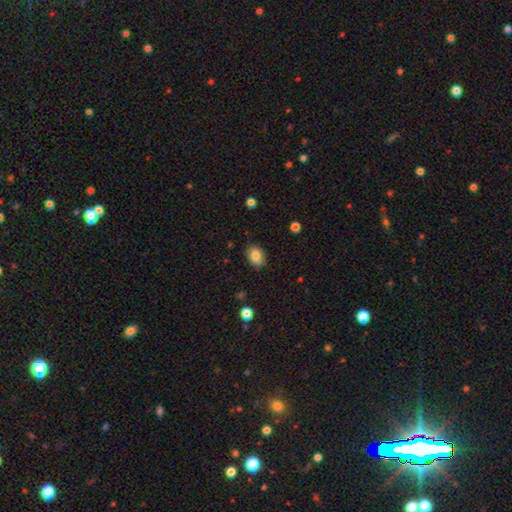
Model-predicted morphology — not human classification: The model was most divided on "how rounded": in between: 79%, round: 19%, cigar-shaped: 1%. More confident: merging — none (84%); smooth or featured — smooth (83%).